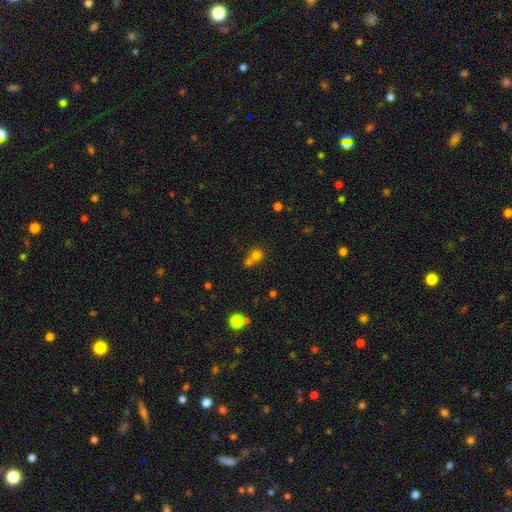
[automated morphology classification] A smooth galaxy with no disk features (73%) that is round (85%).

Vote fractions:
- Smooth or featured? smooth: 73% / star or artifact: 17% / featured or disk: 10%
- How rounded? round: 85% / in between: 14% / cigar-shaped: 1%
- Merging? none: 45% (tied) / merger: 45% (tied) / minor disturbance: 6% / major disturbance: 3%